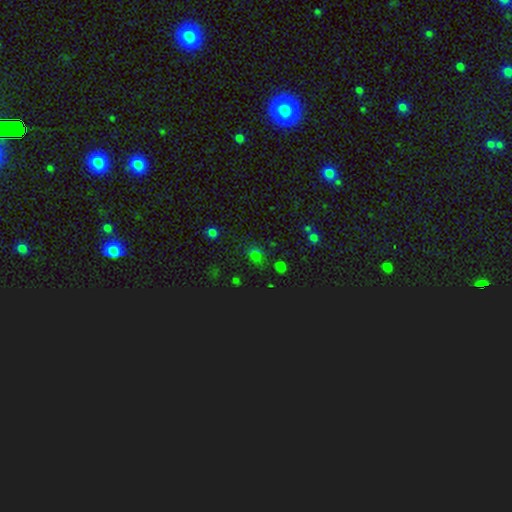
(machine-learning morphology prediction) Overall: star or artifact (47%; smooth 46%).